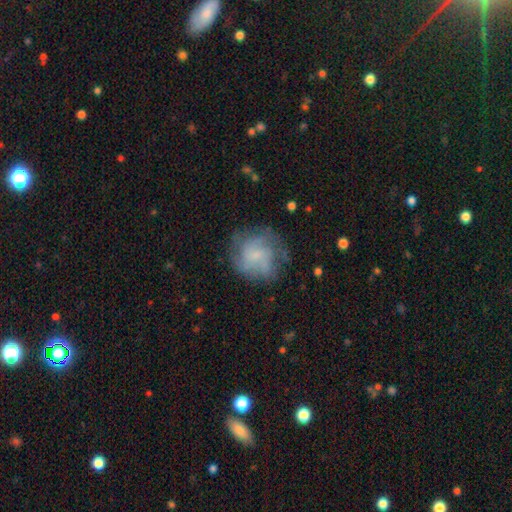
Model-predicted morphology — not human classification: Smooth or featured? featured or disk (54%)
Edge-on disk? no (98%)
Bar? no (61%)
Spiral arms? yes (74%)
Bulge size? small (41%)
Merging? none (64%)